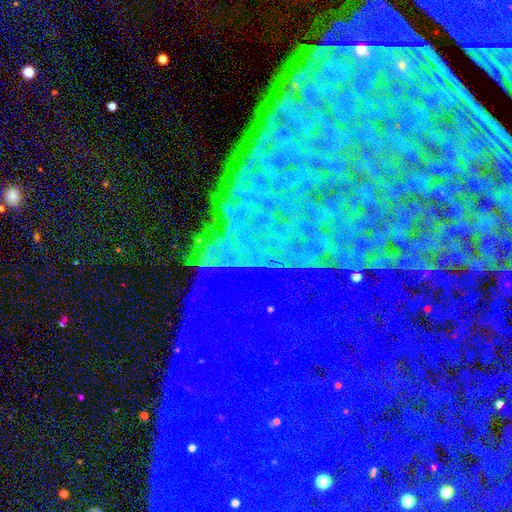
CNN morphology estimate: A star or artifact, not a galaxy (85%).

Vote fractions:
- Smooth or featured? star or artifact: 85% / featured or disk: 9% / smooth: 7%